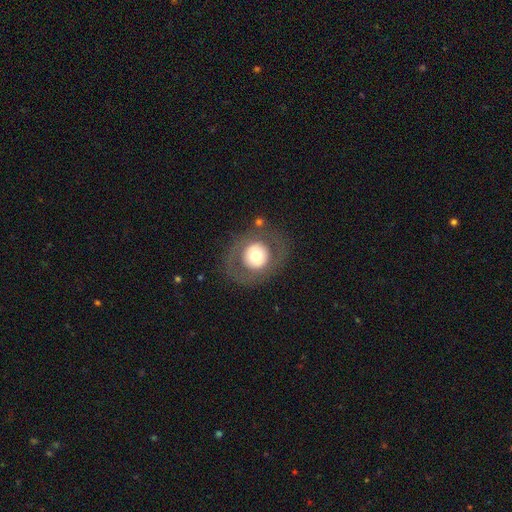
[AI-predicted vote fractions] Smooth or featured? Predicted: smooth (p=0.52). How rounded? Predicted: round (p=0.84). Merging? Predicted: none (p=0.79).